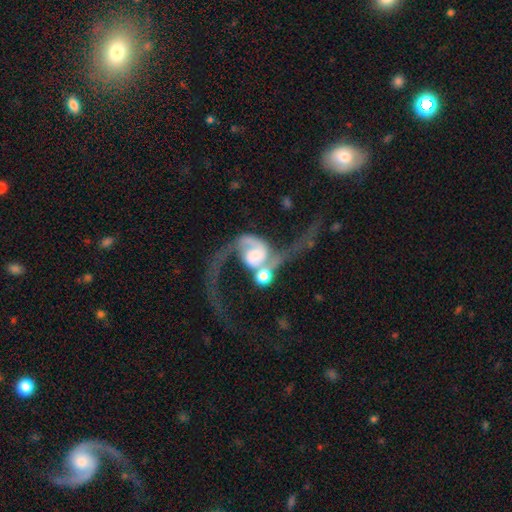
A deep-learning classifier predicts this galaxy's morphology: type=featured or disk (86%); edge-on=no (97%); bar=no (57%); spiral arms=yes (95%); winding=loose (74%); arm count=2 (89%); bulge=moderate (31%); merging=merger (43%).